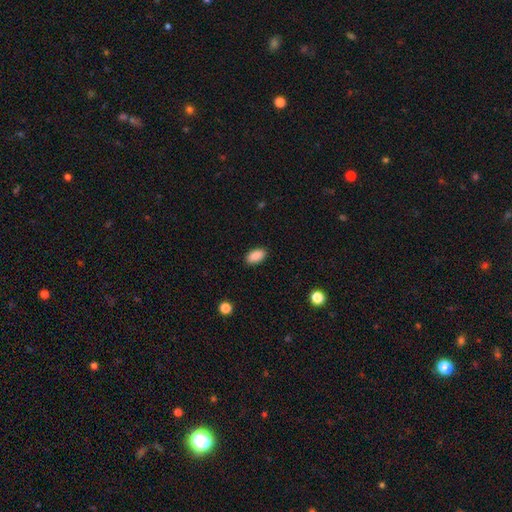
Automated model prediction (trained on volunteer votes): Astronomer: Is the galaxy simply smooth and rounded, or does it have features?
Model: smooth — 89%.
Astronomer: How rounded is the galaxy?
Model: in between — 93%.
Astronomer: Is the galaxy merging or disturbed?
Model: none — 88%.